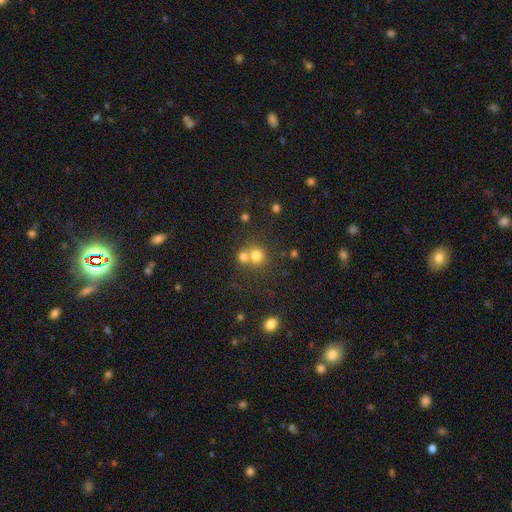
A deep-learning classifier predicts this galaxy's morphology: Overall: smooth (74%). How rounded: round (85%). Merging: none (47%; merger 43%).